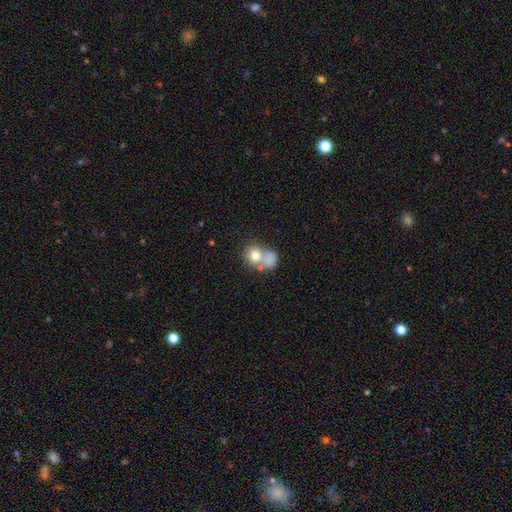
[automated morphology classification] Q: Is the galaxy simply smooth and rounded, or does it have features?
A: smooth — 74%.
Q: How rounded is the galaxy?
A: round — 72%.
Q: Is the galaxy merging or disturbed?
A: merger — 54%.